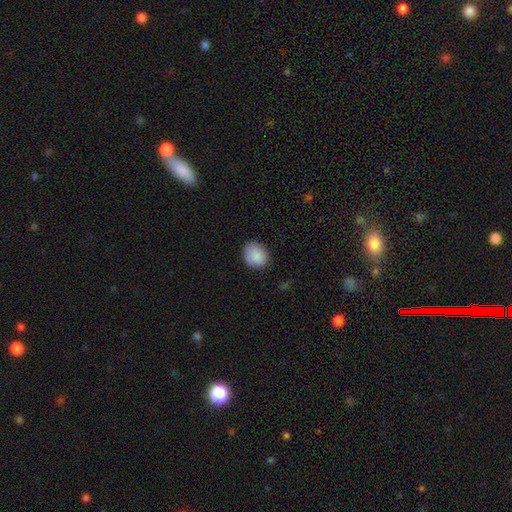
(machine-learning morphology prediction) Q: Smooth or featured?
A: smooth (89%); runner-up: star or artifact (8%)
Q: How rounded?
A: round (58%); runner-up: in between (41%)
Q: Merging?
A: none (83%); runner-up: minor disturbance (14%)